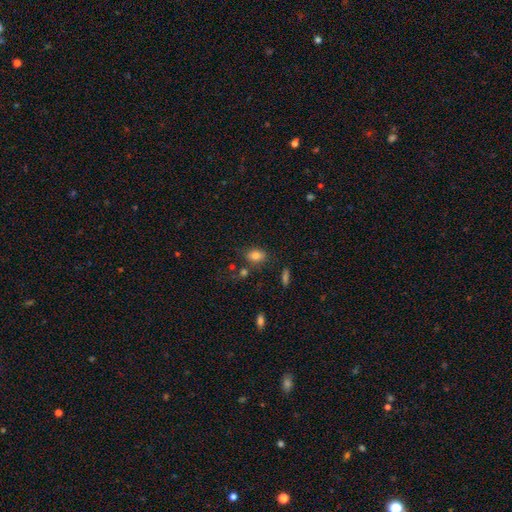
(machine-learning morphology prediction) smooth 81%, star or artifact 10%, featured or disk 9%. Down the decision tree: how rounded — in between (70%); merging — none (74%).